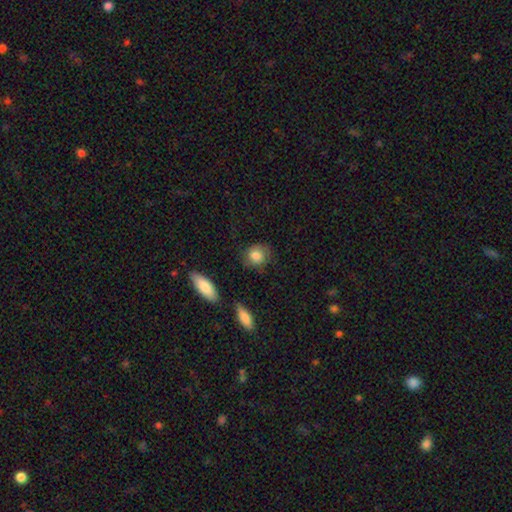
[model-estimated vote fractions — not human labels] Overall: smooth (79%). How rounded: round (67%; in between 31%). Merging: none (70%).